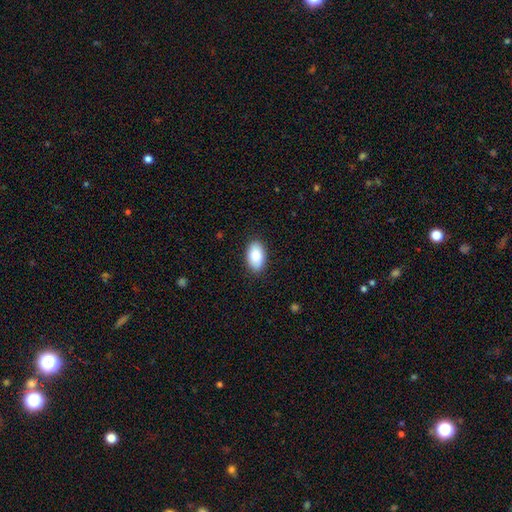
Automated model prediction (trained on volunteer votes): Morphology: type=smooth (86%); roundness=in between (94%); merging=none (87%).